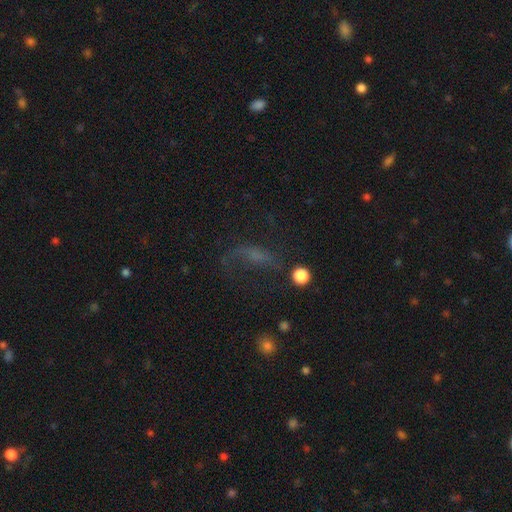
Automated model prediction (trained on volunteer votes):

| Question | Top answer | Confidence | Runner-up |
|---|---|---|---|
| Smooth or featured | featured or disk | 45% | smooth (28%) |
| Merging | none | 47% | major disturbance (30%) |